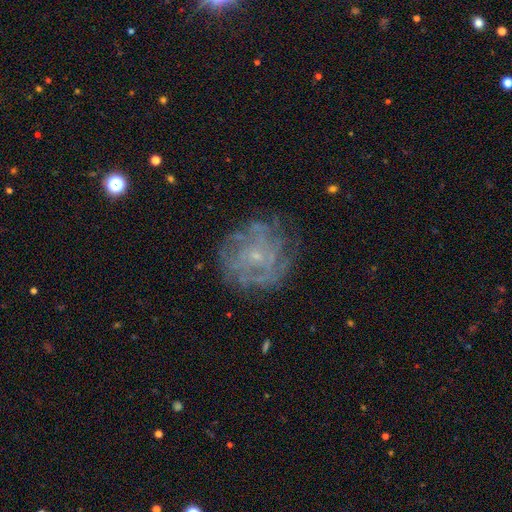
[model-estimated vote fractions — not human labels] This is likely a featured or disk galaxy (70%). It is clearly not viewed edge-on (97%). Bar: likely no (79%). Spiral arm pattern: likely yes (76%). Spiral arm count: possibly can't tell (50%). Spiral winding: likely tight (61%). Central bulge: clearly small (80%). Merging: likely none (74%).